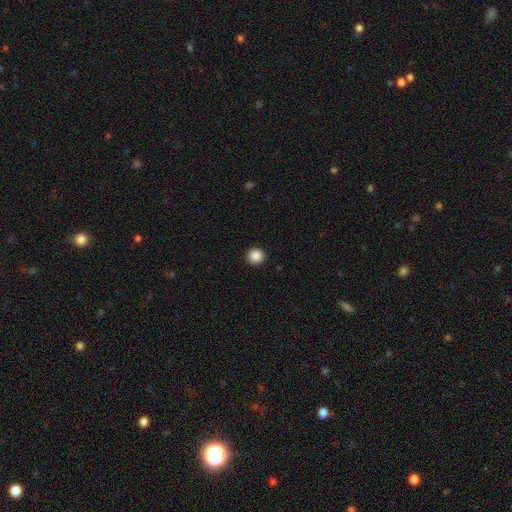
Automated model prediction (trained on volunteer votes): Smooth or featured: smooth — 88% (star or artifact — 10%)
How rounded: round — 95% (in between — 4%)
Merging: none — 93% (minor disturbance — 4%)